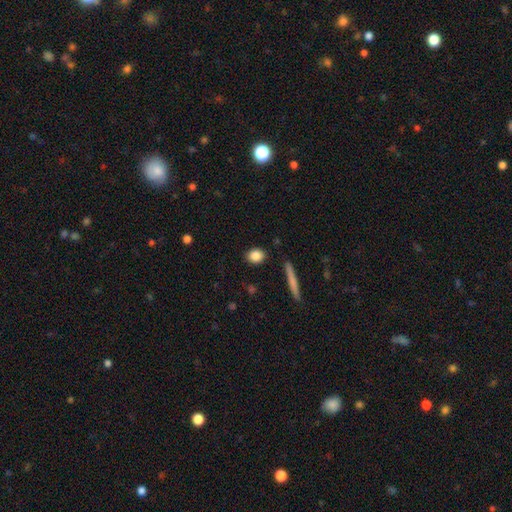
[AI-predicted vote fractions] Smooth or featured?
  - smooth: 86% *
  - star or artifact: 8%
  - featured or disk: 6%
How rounded?
  - in between: 50% *
  - round: 45%
  - cigar-shaped: 5%
Merging?
  - none: 88% *
  - minor disturbance: 8%
  - merger: 2%
  - major disturbance: 2%